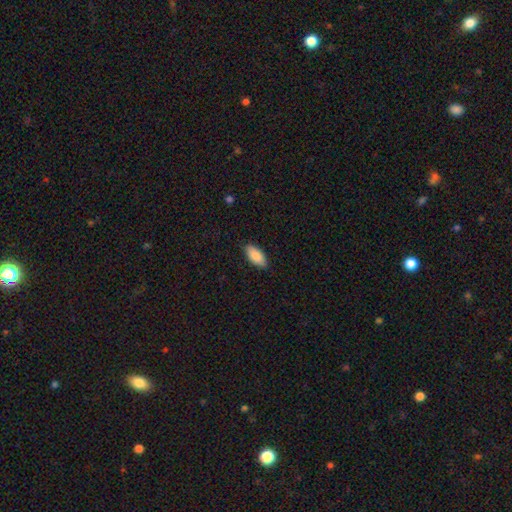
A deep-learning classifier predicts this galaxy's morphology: smooth_or_featured: smooth (p=0.87) [alt: featured or disk p=0.07]
how_rounded: in between (p=0.90) [alt: cigar-shaped p=0.08]
merging: none (p=0.87) [alt: minor disturbance p=0.10]